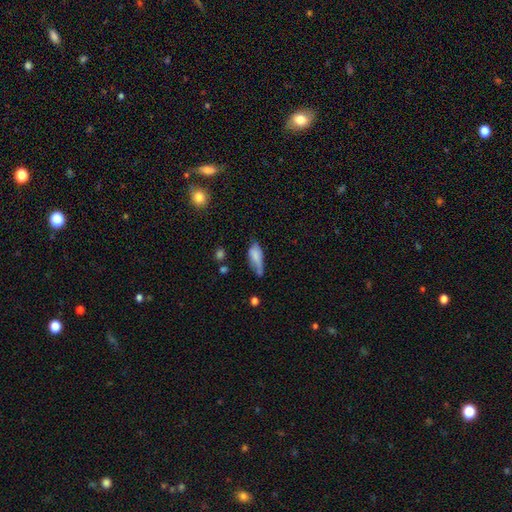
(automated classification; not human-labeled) Morphology: type=smooth (75%); roundness=in between (75%); merging=minor disturbance (39%).